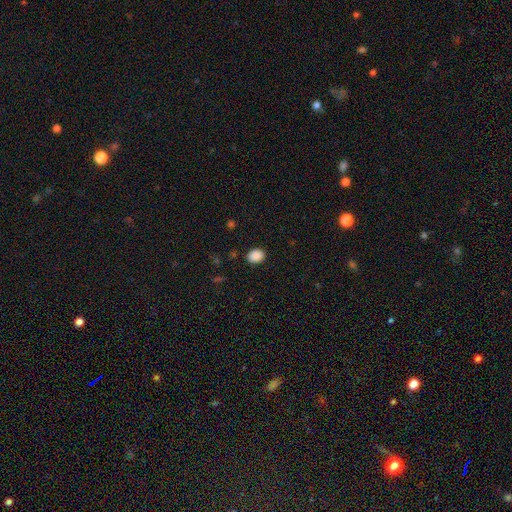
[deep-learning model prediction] This is clearly a smooth galaxy (89%). How rounded: possibly in between (59%). Merging: clearly none (88%).